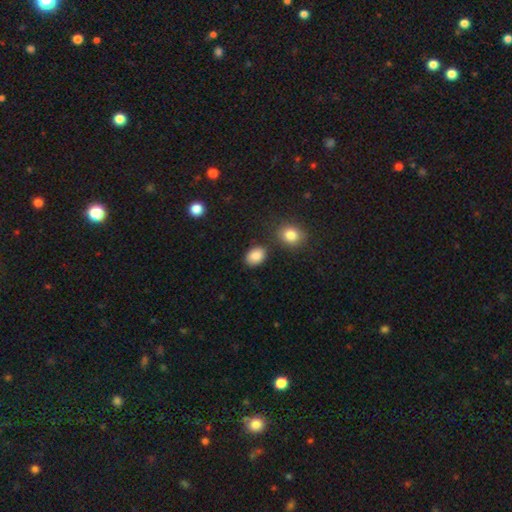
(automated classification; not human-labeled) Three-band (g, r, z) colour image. It shows a smooth galaxy with no disk features (87%) that is in between round and cigar-shaped (75%). Merging: none (78%).